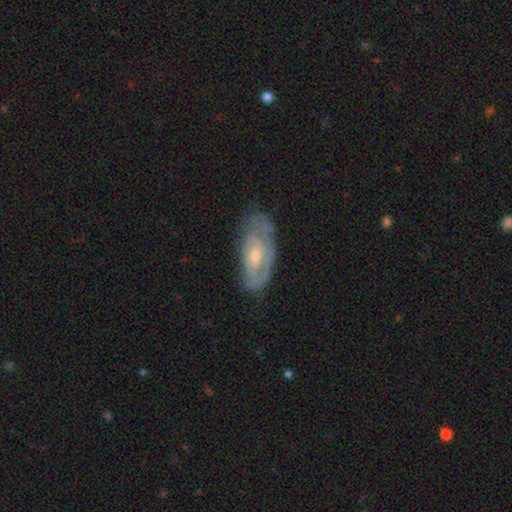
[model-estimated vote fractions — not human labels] featured or disk 60%, smooth 35%, star or artifact 6%. Down the decision tree: edge-on disk — no (90%); bar — no (64%); spiral arms — yes (62%); bulge size — small (49%); merging — none (55%).